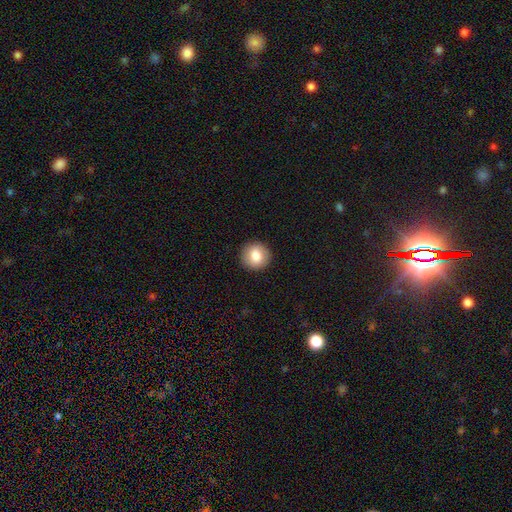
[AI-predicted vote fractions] A smooth galaxy with no disk features (82%) that is round (91%). Merging: none (91%).